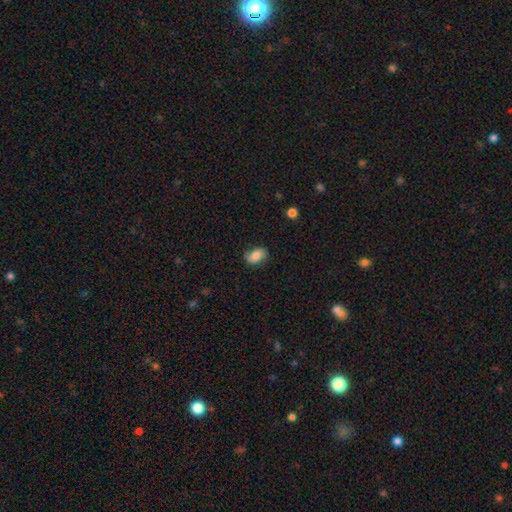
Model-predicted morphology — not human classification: smooth_or_featured: smooth (p=0.74) [alt: featured or disk p=0.18]
how_rounded: in between (p=0.84) [alt: round p=0.14]
merging: none (p=0.76) [alt: minor disturbance p=0.19]